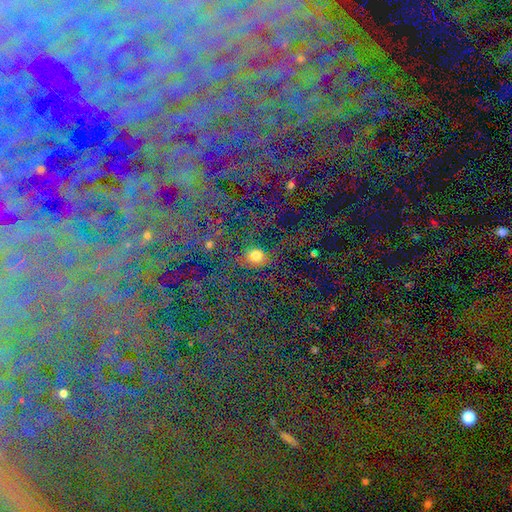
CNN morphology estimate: A smooth galaxy with no disk features (50%).

Vote fractions:
- Smooth or featured? smooth: 50% / star or artifact: 39% / featured or disk: 12%
- Merging? none: 69% / minor disturbance: 14% / major disturbance: 10% / merger: 7%